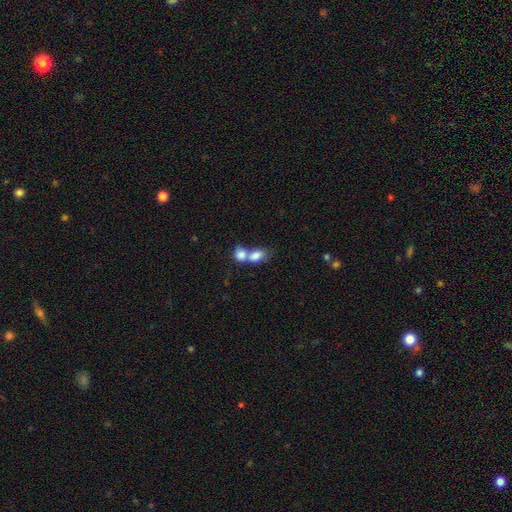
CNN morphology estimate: The model was most divided on "how rounded": in between: 74%, round: 24%, cigar-shaped: 2%. More confident: smooth or featured — smooth (80%); merging — merger (72%).